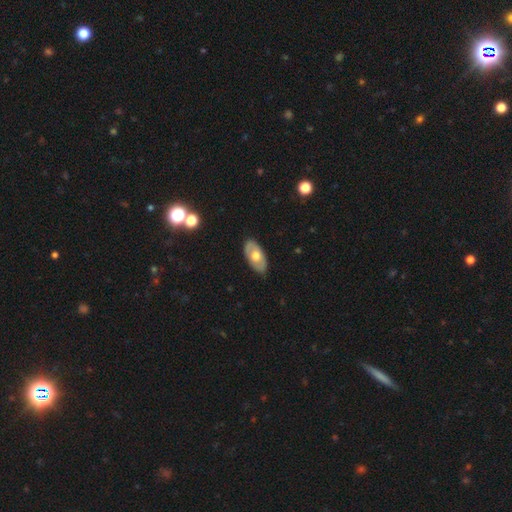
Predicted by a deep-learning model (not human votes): Q: Smooth or featured?
A: smooth (51%); runner-up: featured or disk (44%)
Q: How rounded?
A: in between (93%); runner-up: round (5%)
Q: Merging?
A: none (84%); runner-up: minor disturbance (12%)